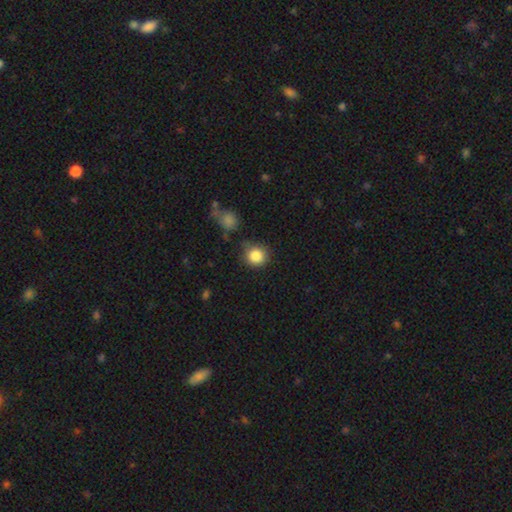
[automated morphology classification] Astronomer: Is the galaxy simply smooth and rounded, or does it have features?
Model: smooth — 85%.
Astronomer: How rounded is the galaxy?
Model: round — 90%.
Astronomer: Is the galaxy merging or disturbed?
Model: none — 78%.